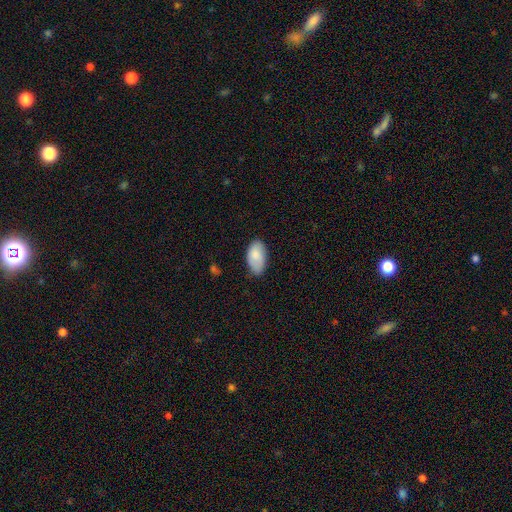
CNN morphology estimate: smooth-or-featured: smooth: 85% | featured or disk: 9% | star or artifact: 6%
  how-rounded: in between: 95% | round: 3% | cigar-shaped: 2%
  merging: none: 71% | minor disturbance: 24% | major disturbance: 4% | merger: 1%